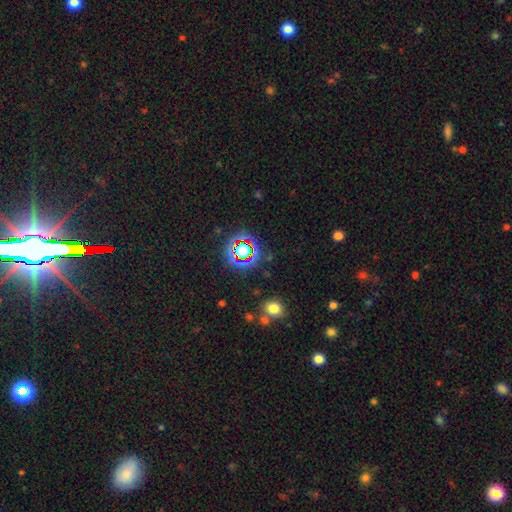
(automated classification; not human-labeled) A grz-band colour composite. It shows a star or artifact, not a galaxy (71%).